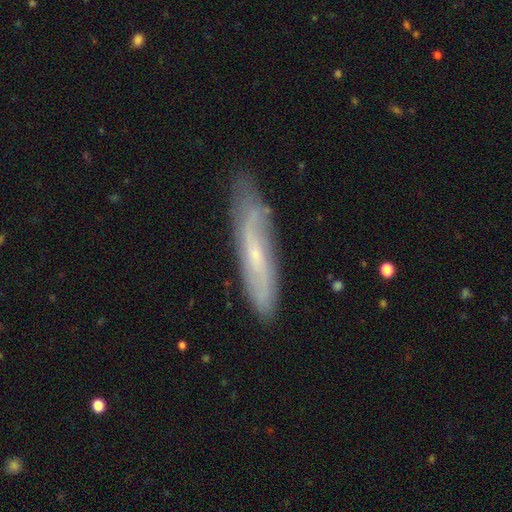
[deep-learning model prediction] Morphology: type=featured or disk (62%); edge-on=no (55%); merging=none (77%).